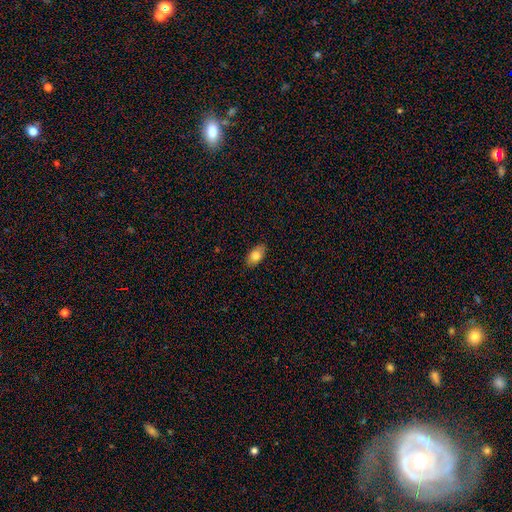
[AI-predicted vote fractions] Smooth or featured?
  - smooth: 80% *
  - featured or disk: 13%
  - star or artifact: 7%
How rounded?
  - in between: 91% *
  - round: 5%
  - cigar-shaped: 3%
Merging?
  - none: 87% *
  - minor disturbance: 10%
  - major disturbance: 2%
  - merger: 1%